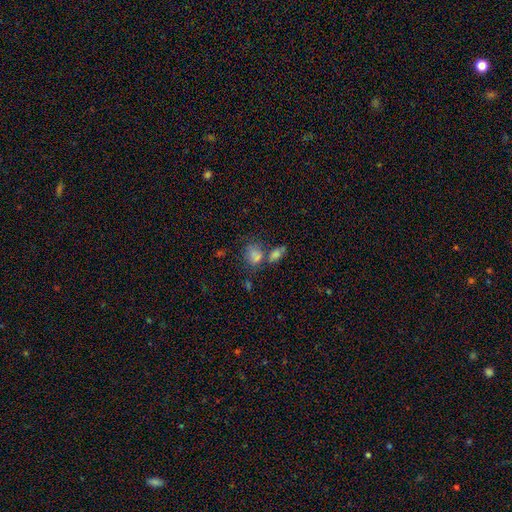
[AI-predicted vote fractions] The model was most divided on "merging": none: 45%, merger: 32%, minor disturbance: 15%, major disturbance: 8%. More confident: how rounded — in between (71%); smooth or featured — smooth (69%).